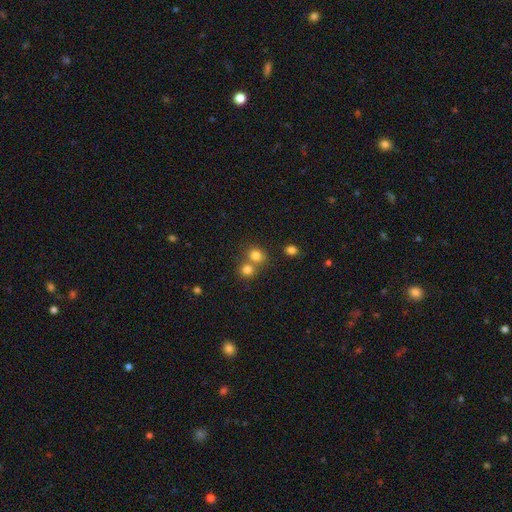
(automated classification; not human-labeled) smooth 79%, star or artifact 14%, featured or disk 7%. Down the decision tree: how rounded — round (79%); merging — none (51%).